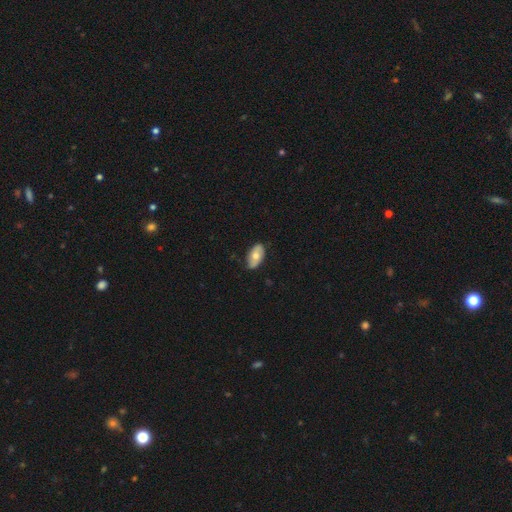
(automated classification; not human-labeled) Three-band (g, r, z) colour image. It shows a smooth galaxy with no disk features (62%) that is in between round and cigar-shaped (93%). Merging: none (81%).